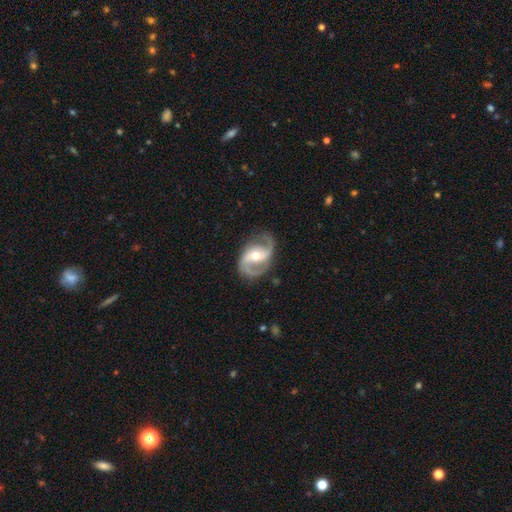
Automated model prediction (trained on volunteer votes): Smooth or featured?
  - featured or disk: 91% *
  - smooth: 5%
  - star or artifact: 4%
Edge-on disk?
  - no: 97% *
  - yes: 3%
Bar?
  - weak: 39% *
  - no: 37%
  - strong: 24%
Spiral arms?
  - yes: 97% *
  - no: 3%
Spiral winding?
  - medium: 54% *
  - loose: 30%
  - tight: 16%
Spiral arm count?
  - 2: 92% *
  - can't tell: 2%
  - 3: 2%
  - 1: 2%
  - 4: 1%
  - more than 4: 1%
Bulge size?
  - moderate: 68% *
  - small: 26%
  - large: 4%
  - none: 1%
  - dominant: 1%
Merging?
  - none: 80% *
  - minor disturbance: 14%
  - major disturbance: 5%
  - merger: 1%